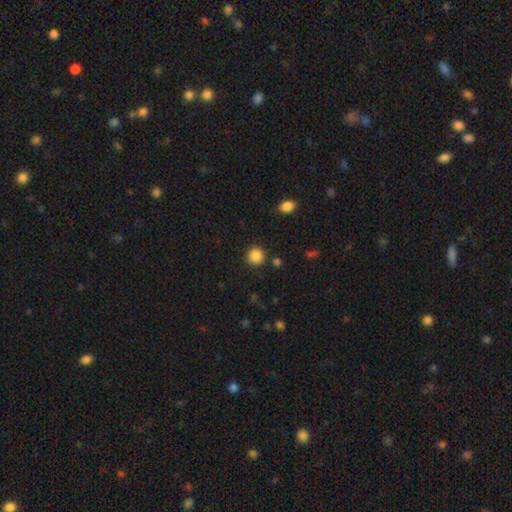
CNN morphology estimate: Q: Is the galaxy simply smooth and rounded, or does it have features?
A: smooth — 87%.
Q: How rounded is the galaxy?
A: round — 93%.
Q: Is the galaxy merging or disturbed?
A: none — 88%.